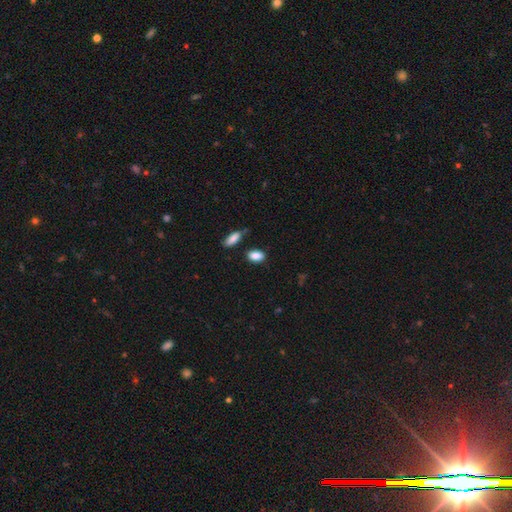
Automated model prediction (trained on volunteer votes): This appears to be a smooth galaxy with no disk features (88%) that is in between round and cigar-shaped (88%). Merging: none (78%).